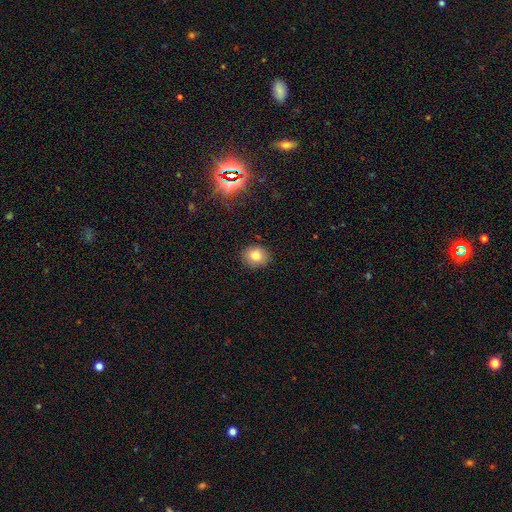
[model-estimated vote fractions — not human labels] This is likely a smooth galaxy (78%). How rounded: likely round (69%). Merging: clearly none (89%).